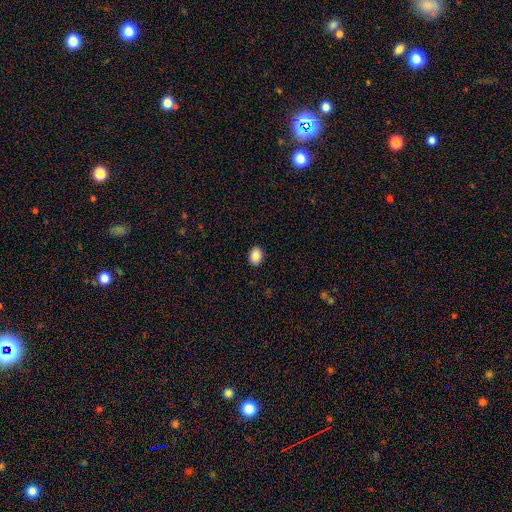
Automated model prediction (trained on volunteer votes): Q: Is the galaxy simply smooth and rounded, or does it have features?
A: smooth — 89%.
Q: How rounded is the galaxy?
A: in between — 69%.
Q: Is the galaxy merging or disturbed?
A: none — 90%.